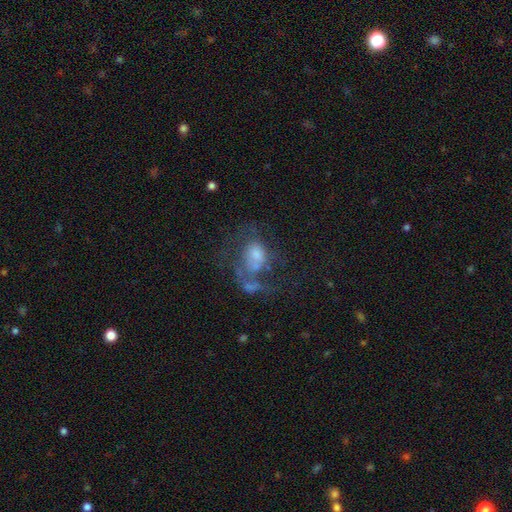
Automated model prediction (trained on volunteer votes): featured or disk 57%, smooth 29%, star or artifact 14%. Down the decision tree: edge-on disk — no (97%); bar — no (81%); spiral arms — yes (52%); bulge size — moderate (45%); merging — major disturbance (38%).